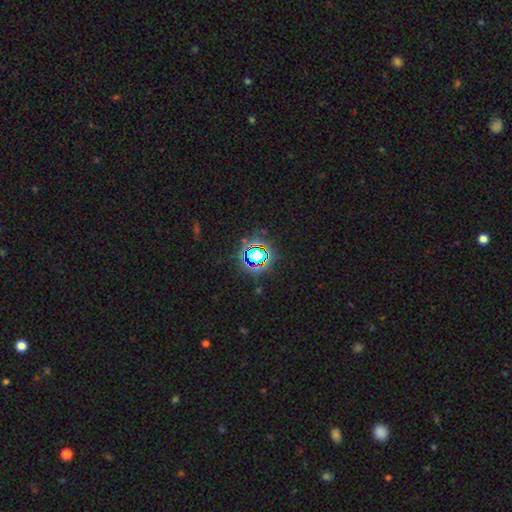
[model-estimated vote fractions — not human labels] Smooth or featured? Predicted: star or artifact (p=0.70).